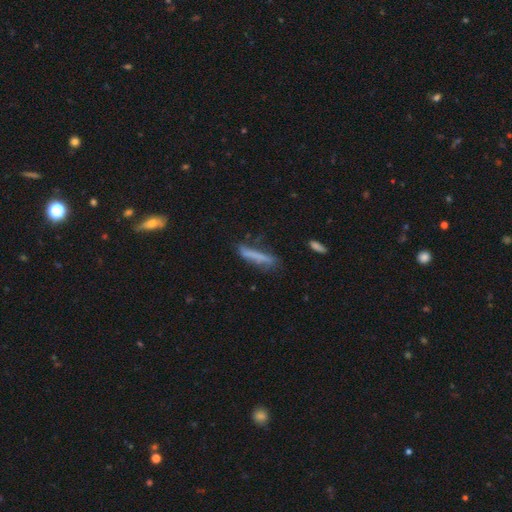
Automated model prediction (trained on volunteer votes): Overall: smooth (63%; featured or disk 28%). How rounded: cigar-shaped (90%). Merging: none (61%; minor disturbance 25%).